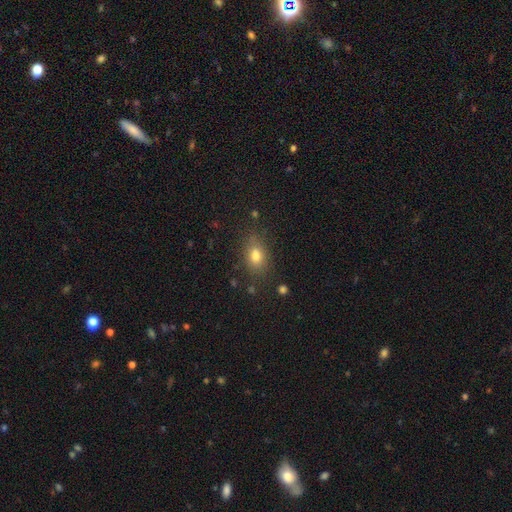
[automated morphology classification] type=smooth (77%); roundness=in between (72%); merging=none (78%).